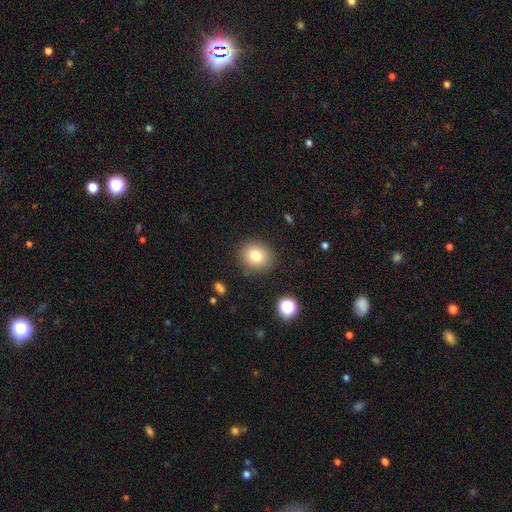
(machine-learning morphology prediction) This is likely a smooth galaxy (79%). How rounded: likely round (78%). Merging: clearly none (87%).